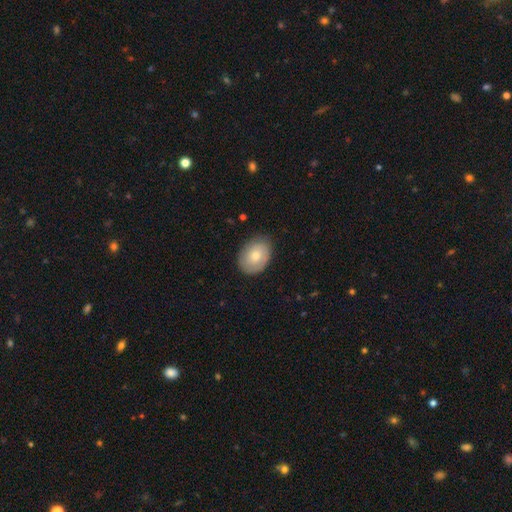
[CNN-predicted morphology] Q: Smooth or featured?
A: smooth (69%); runner-up: featured or disk (24%)
Q: How rounded?
A: in between (66%); runner-up: round (33%)
Q: Merging?
A: none (82%); runner-up: minor disturbance (14%)